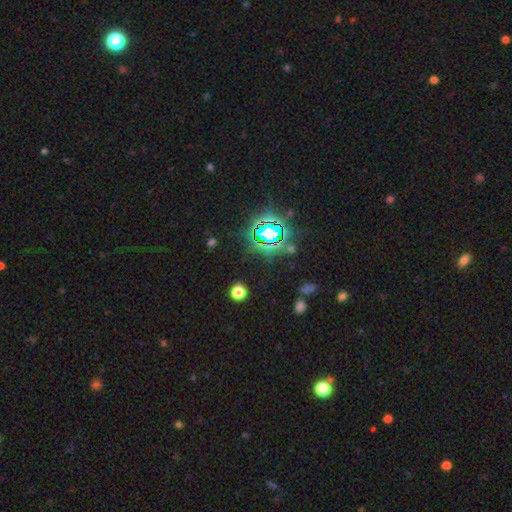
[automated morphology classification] A star or artifact, not a galaxy (78%).

Vote fractions:
- Smooth or featured? star or artifact: 78% / smooth: 14% / featured or disk: 7%